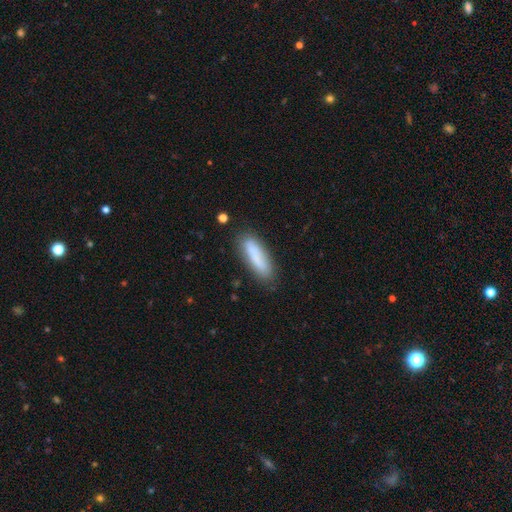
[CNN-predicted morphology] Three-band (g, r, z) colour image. It shows a smooth galaxy with no disk features (77%) that is cigar-shaped (63%). Merging: none (78%).